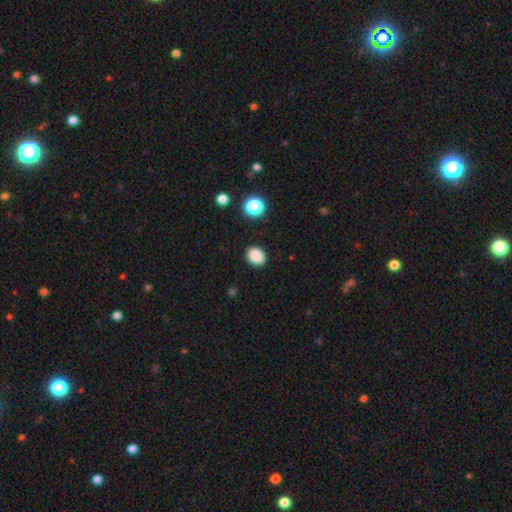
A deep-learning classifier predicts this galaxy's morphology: Smooth or featured: smooth — 86% (star or artifact — 10%)
How rounded: in between — 54% (round — 45%)
Merging: none — 87% (minor disturbance — 9%)